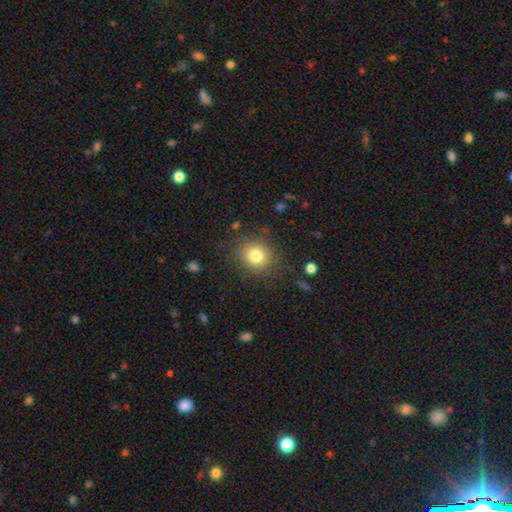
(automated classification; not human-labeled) Smooth or featured? Predicted: smooth (p=0.79). How rounded? Predicted: round (p=0.81). Merging? Predicted: none (p=0.85).